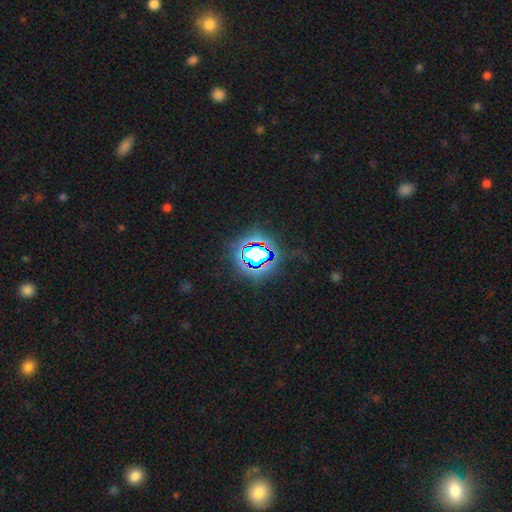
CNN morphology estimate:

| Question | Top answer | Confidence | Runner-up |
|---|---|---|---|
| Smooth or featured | star or artifact | 71% | smooth (16%) |